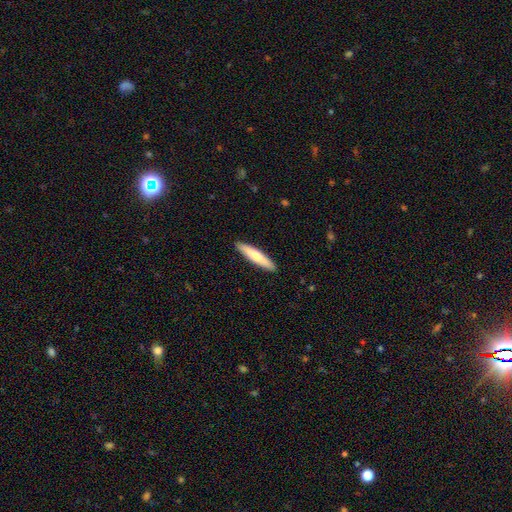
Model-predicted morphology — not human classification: Overall: smooth (67%; featured or disk 28%). How rounded: cigar-shaped (87%). Merging: none (91%).